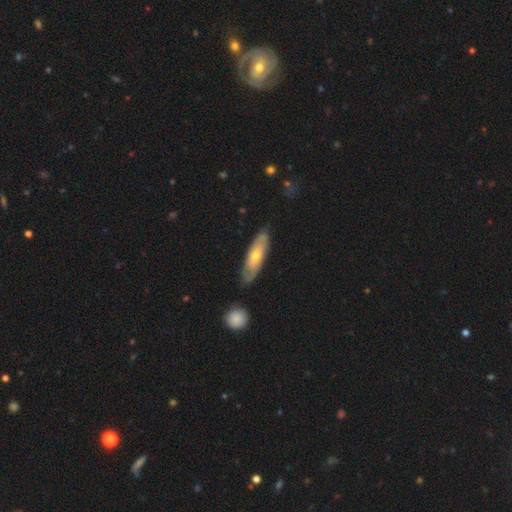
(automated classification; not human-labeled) featured or disk 51%, smooth 43%, star or artifact 6%. Down the decision tree: edge-on disk — no (64%); merging — none (77%).